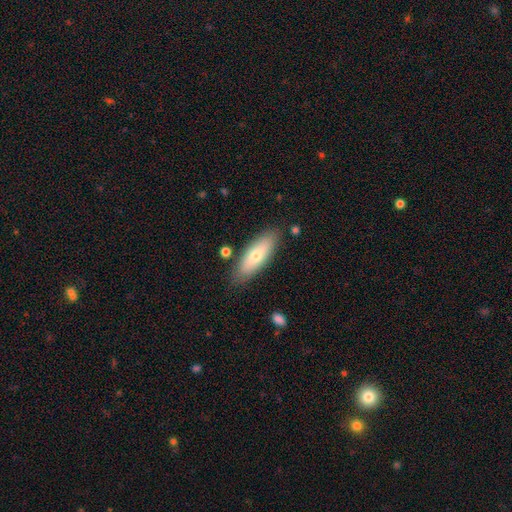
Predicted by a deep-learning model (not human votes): This appears to be a smooth galaxy with no disk features (66%) that is in between round and cigar-shaped (59%). Merging: none (84%).